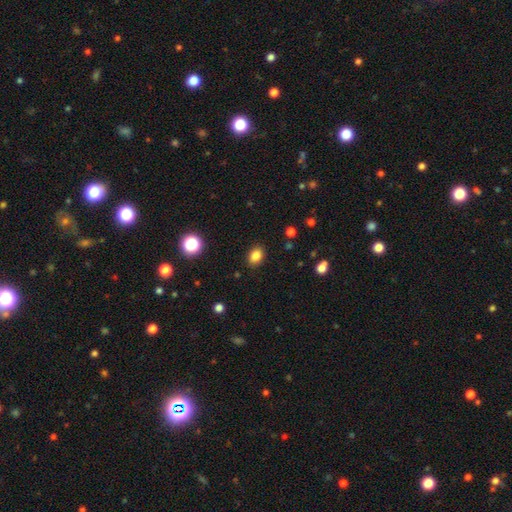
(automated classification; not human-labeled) smooth 84%, star or artifact 11%, featured or disk 5%. Down the decision tree: how rounded — in between (62%); merging — none (88%).